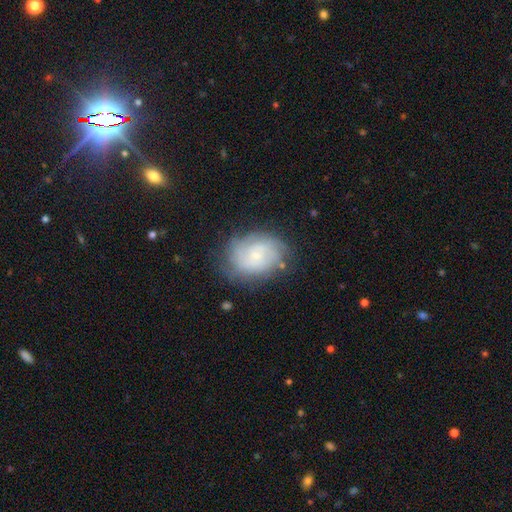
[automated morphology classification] Smooth or featured: featured or disk — 60% (smooth — 31%)
Edge-on disk: no — 97% (yes — 3%)
Bar: no — 76% (weak — 21%)
Spiral arms: yes — 85% (no — 15%)
Bulge size: small — 78% (moderate — 16%)
Merging: none — 70% (minor disturbance — 20%)